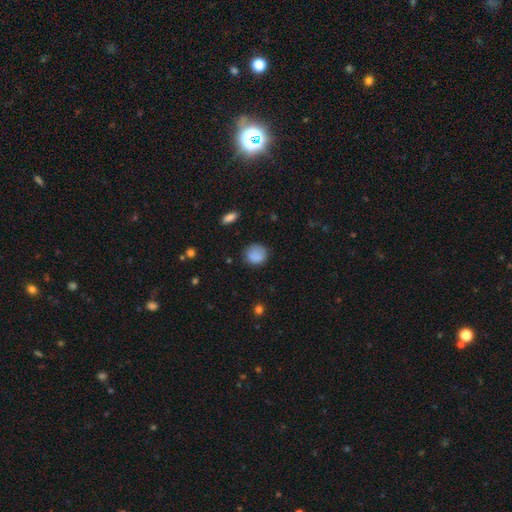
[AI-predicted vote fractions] Smooth or featured? Predicted: smooth (p=0.84). How rounded? Predicted: round (p=0.80). Merging? Predicted: none (p=0.73).